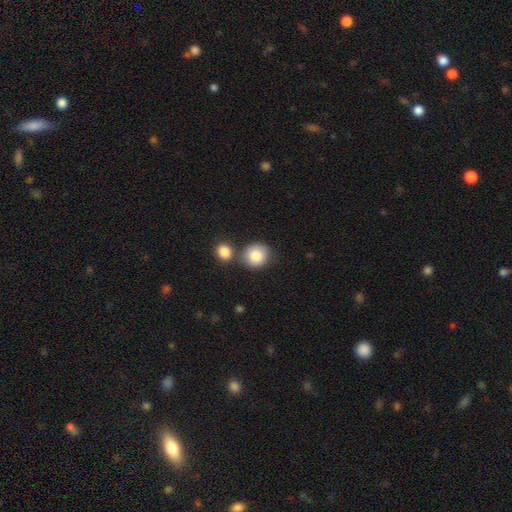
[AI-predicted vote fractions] Q: Smooth or featured?
A: smooth (85%); runner-up: star or artifact (8%)
Q: How rounded?
A: round (84%); runner-up: in between (15%)
Q: Merging?
A: none (64%); runner-up: merger (21%)